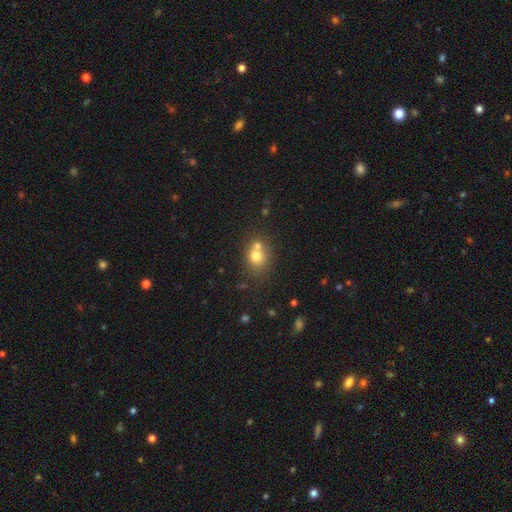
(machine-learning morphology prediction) A smooth galaxy with no disk features (73%) that is round (68%). Merging: none (46%).